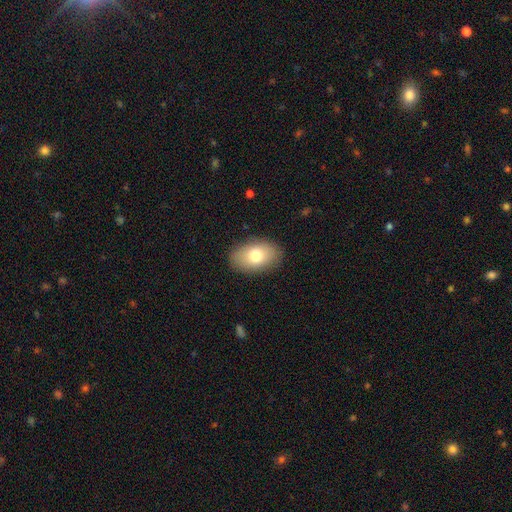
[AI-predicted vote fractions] Morphology: type=smooth (77%); roundness=in between (89%); merging=none (87%).